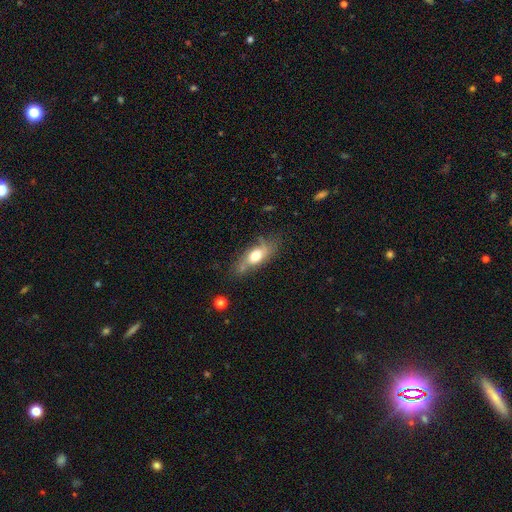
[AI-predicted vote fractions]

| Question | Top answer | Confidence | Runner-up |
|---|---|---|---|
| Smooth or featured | smooth | 61% | featured or disk (31%) |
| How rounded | in between | 71% | cigar-shaped (23%) |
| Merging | none | 59% | minor disturbance (25%) |